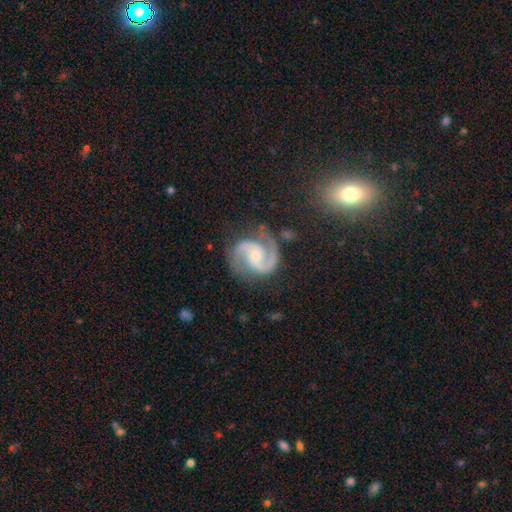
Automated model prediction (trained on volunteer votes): Smooth or featured: featured or disk — 93% (star or artifact — 4%)
Edge-on disk: no — 99% (yes — 1%)
Bar: no — 59% (weak — 32%)
Spiral arms: yes — 99% (no — 1%)
Spiral winding: medium — 60% (tight — 31%)
Spiral arm count: 2 — 94% (3 — 2%)
Bulge size: small — 54% (moderate — 30%)
Merging: none — 78% (minor disturbance — 15%)